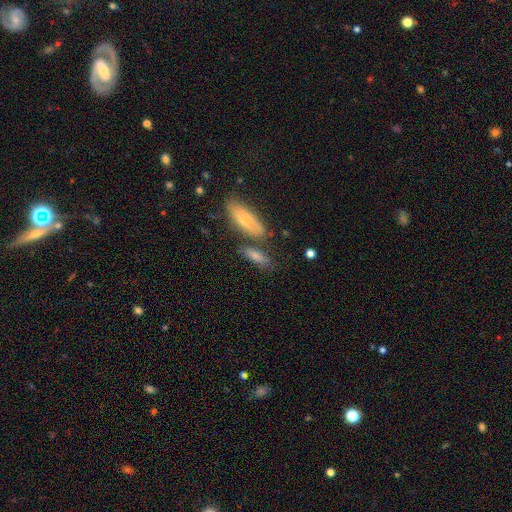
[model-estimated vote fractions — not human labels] The model was most divided on "how rounded": in between: 58%, cigar-shaped: 38%, round: 4%. More confident: smooth or featured — smooth (71%); merging — none (60%).